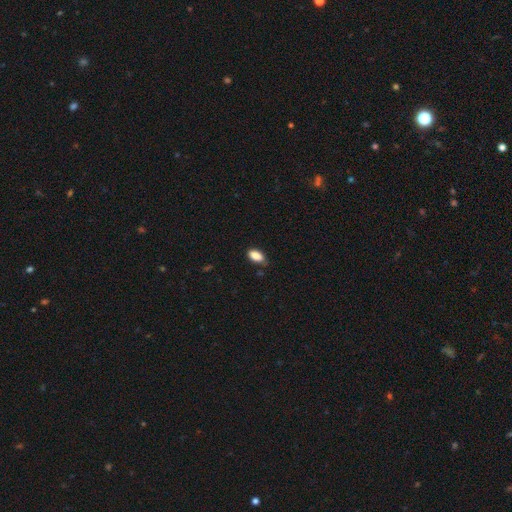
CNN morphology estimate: A smooth galaxy with no disk features (87%) that is in between round and cigar-shaped (91%). Merging: none (73%).